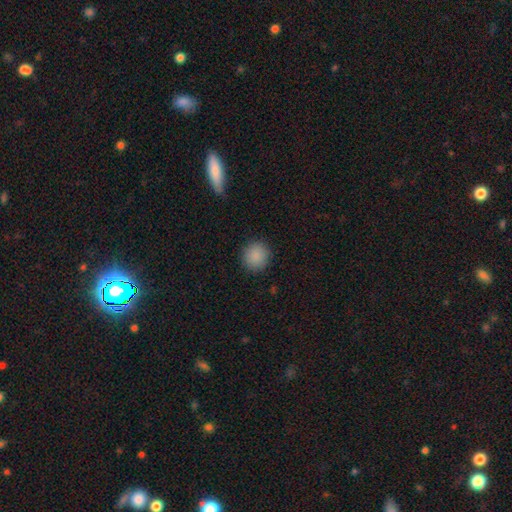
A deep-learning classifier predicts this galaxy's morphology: smooth_or_featured: smooth (p=0.88) [alt: star or artifact p=0.09]
how_rounded: round (p=0.90) [alt: in between p=0.09]
merging: none (p=0.90) [alt: minor disturbance p=0.06]